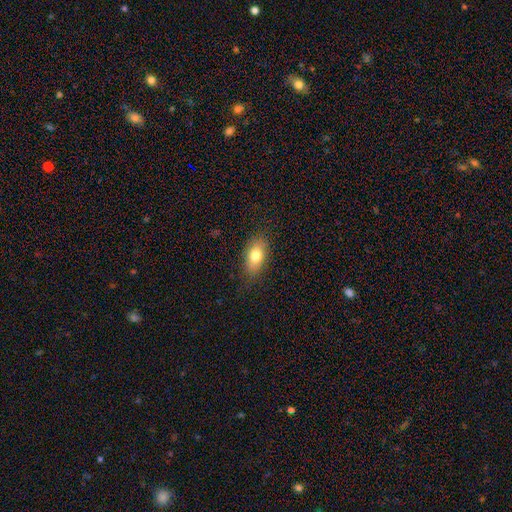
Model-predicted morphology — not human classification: A smooth galaxy with no disk features (77%) that is in between round and cigar-shaped (86%).

Vote fractions:
- Smooth or featured? smooth: 77% / featured or disk: 14% / star or artifact: 8%
- How rounded? in between: 86% / round: 9% / cigar-shaped: 6%
- Merging? none: 82% / minor disturbance: 13% / major disturbance: 4% / merger: 1%